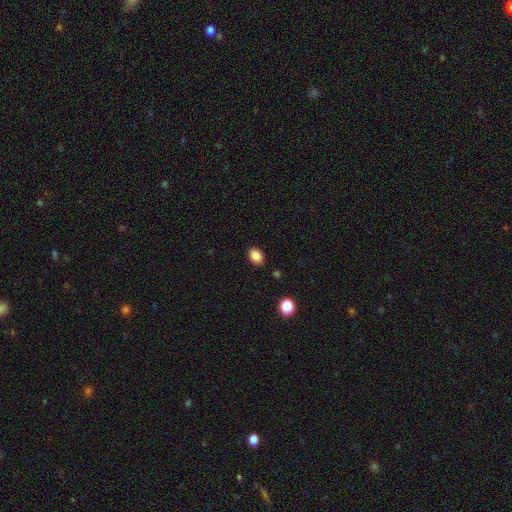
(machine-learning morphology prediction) Smooth or featured? Predicted: smooth (p=0.86). How rounded? Predicted: in between (p=0.77). Merging? Predicted: none (p=0.87).